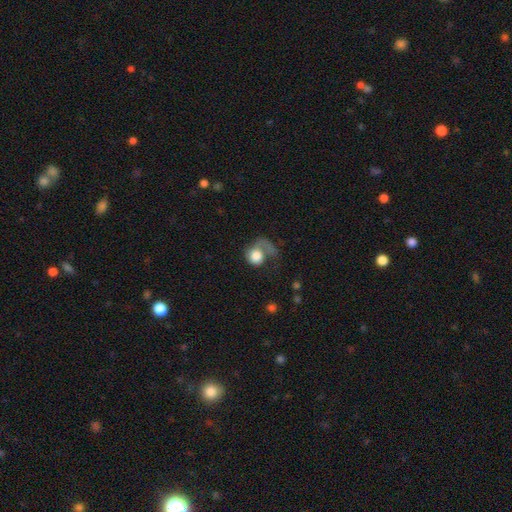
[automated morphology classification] A smooth galaxy with no disk features (68%) that is round (71%).

Vote fractions:
- Smooth or featured? smooth: 68% / featured or disk: 24% / star or artifact: 8%
- How rounded? round: 71% / in between: 28% / cigar-shaped: 1%
- Merging? major disturbance: 57% / none: 20% / minor disturbance: 15% / merger: 8%